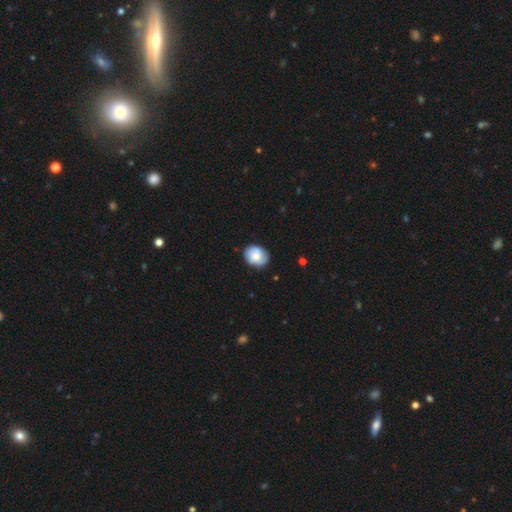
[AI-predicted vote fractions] smooth_or_featured: smooth (p=0.65) [alt: featured or disk p=0.28]
how_rounded: round (p=0.60) [alt: in between p=0.39]
merging: none (p=0.77) [alt: minor disturbance p=0.18]